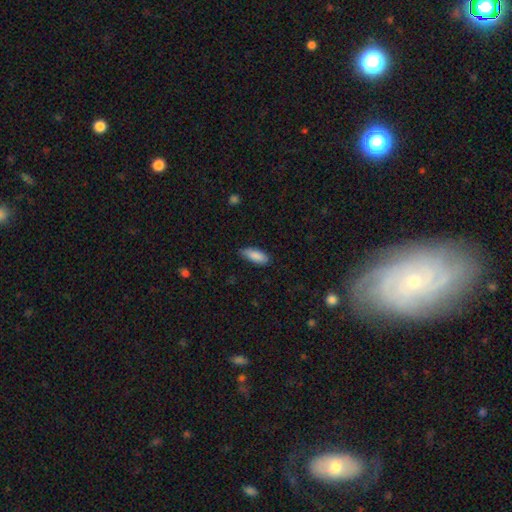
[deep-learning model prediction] This is clearly a smooth galaxy (88%). How rounded: likely in between (75%). Merging: clearly none (80%).